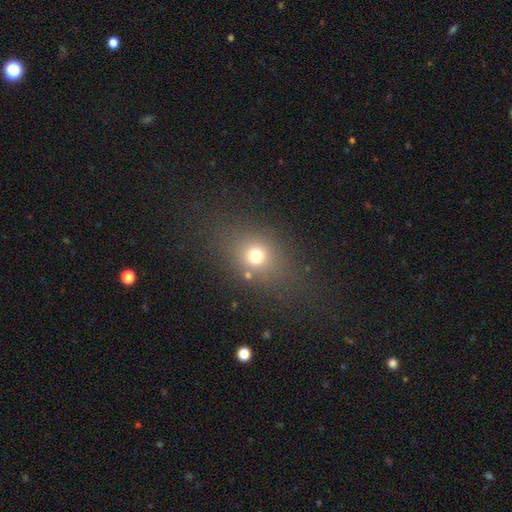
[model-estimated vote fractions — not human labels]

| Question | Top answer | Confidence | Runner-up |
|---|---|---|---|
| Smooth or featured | smooth | 70% | star or artifact (18%) |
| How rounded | round | 55% | in between (43%) |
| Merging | none | 75% | minor disturbance (13%) |